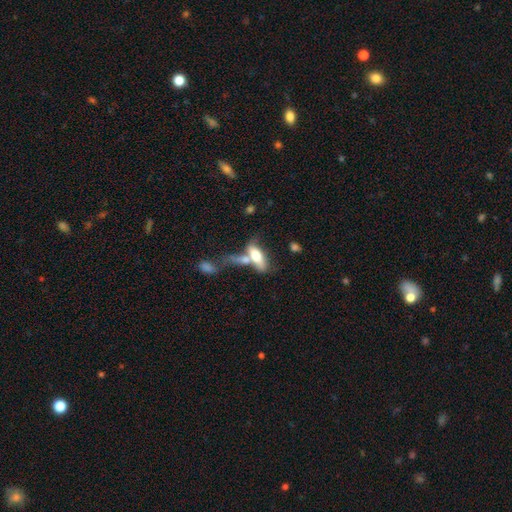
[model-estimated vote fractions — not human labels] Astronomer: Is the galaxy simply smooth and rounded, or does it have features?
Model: smooth — 62%.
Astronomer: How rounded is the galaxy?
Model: in between — 68%.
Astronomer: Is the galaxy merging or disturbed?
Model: merger — 51%.